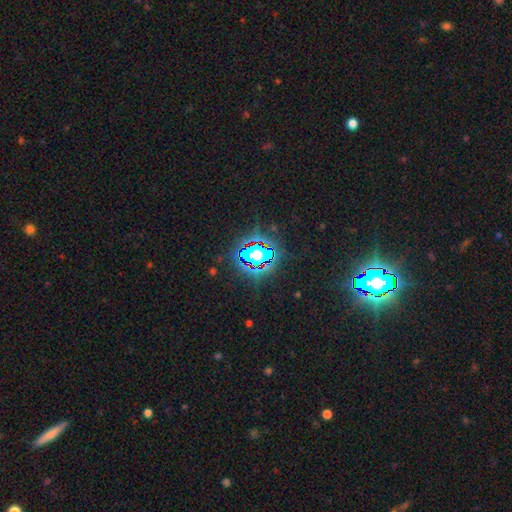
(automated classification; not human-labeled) Overall: star or artifact (68%).